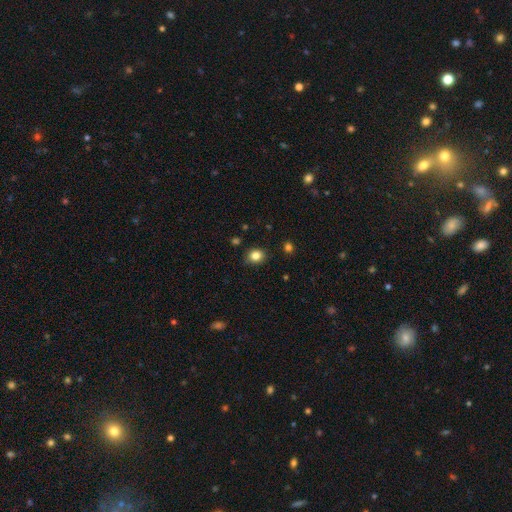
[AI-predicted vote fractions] The model was most divided on "how rounded": round: 66%, in between: 33%, cigar-shaped: 1%. More confident: merging — none (88%); smooth or featured — smooth (83%).